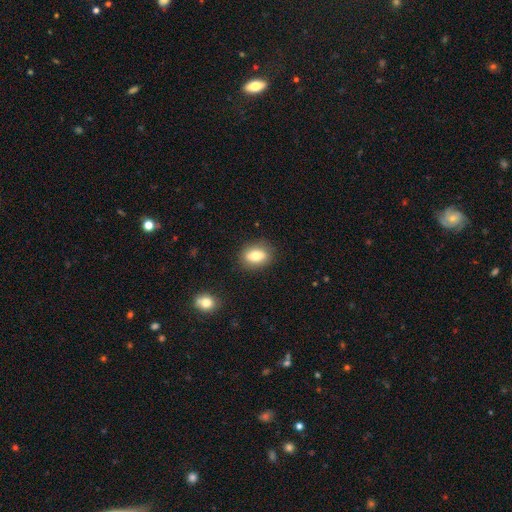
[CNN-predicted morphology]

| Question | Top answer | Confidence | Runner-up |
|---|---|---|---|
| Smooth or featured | smooth | 80% | featured or disk (12%) |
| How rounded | in between | 75% | round (22%) |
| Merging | none | 86% | minor disturbance (10%) |